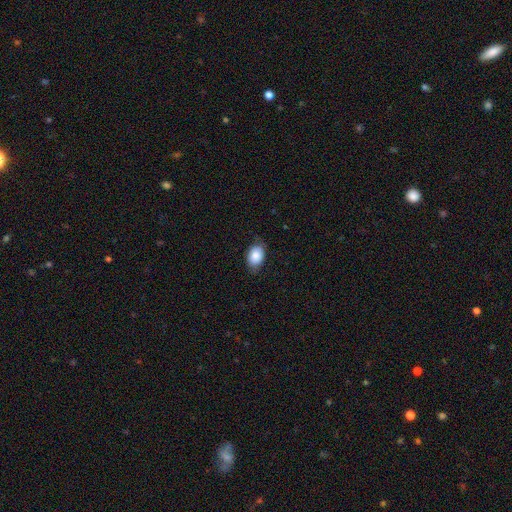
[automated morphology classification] The model was most divided on "merging": none: 72%, minor disturbance: 22%, major disturbance: 5%, merger: 1%. More confident: smooth or featured — smooth (82%); how rounded — in between (78%).